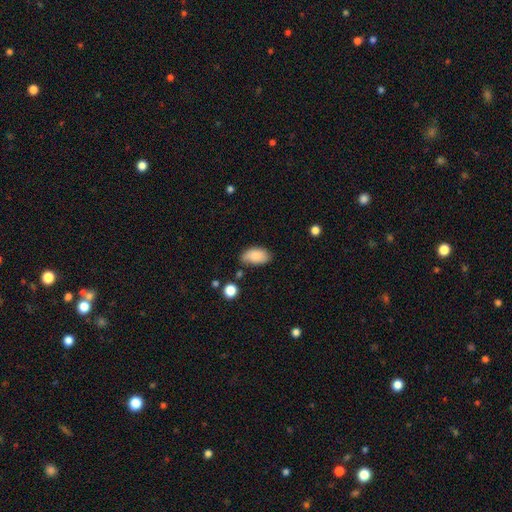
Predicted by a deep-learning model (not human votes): smooth 83%, featured or disk 9%, star or artifact 7%. Down the decision tree: how rounded — in between (94%); merging — none (65%).